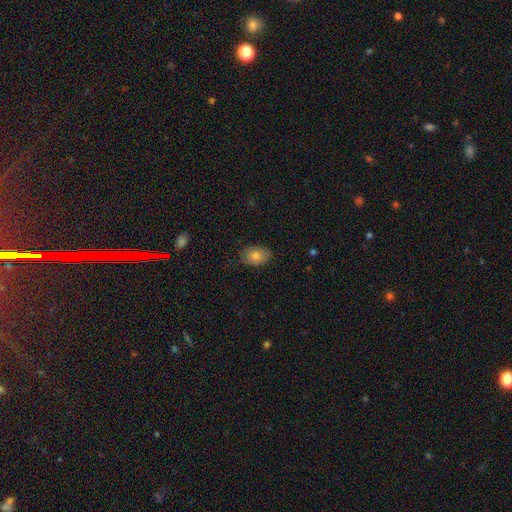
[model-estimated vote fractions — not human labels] Smooth or featured?
  - smooth: 79% *
  - featured or disk: 12%
  - star or artifact: 9%
How rounded?
  - in between: 74% *
  - round: 25%
  - cigar-shaped: 1%
Merging?
  - none: 80% *
  - minor disturbance: 16%
  - major disturbance: 3%
  - merger: 1%